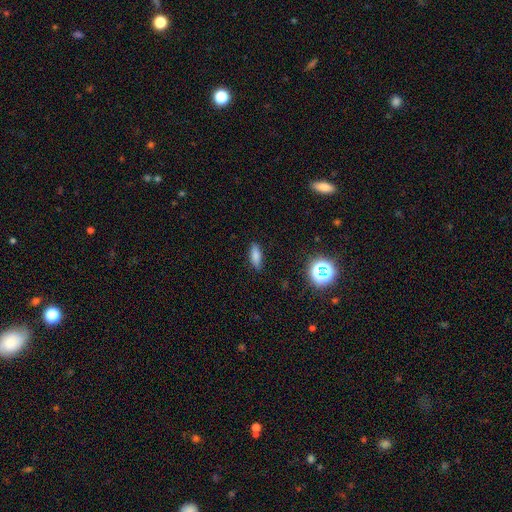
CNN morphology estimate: Q: Smooth or featured?
A: smooth (79%); runner-up: star or artifact (12%)
Q: How rounded?
A: in between (66%); runner-up: cigar-shaped (31%)
Q: Merging?
A: none (86%); runner-up: minor disturbance (11%)